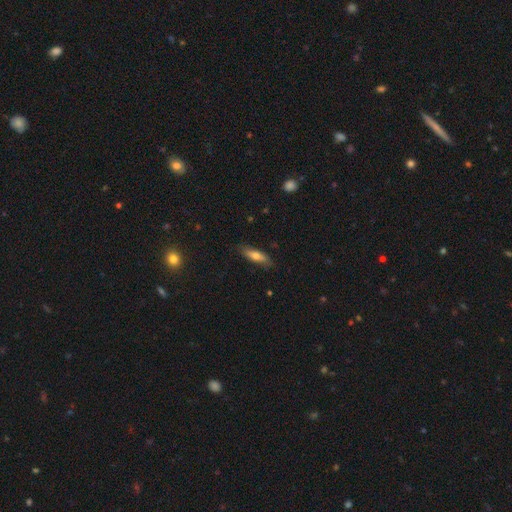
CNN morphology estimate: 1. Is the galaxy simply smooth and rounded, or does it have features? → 62% smooth, 31% featured or disk, 7% star or artifact.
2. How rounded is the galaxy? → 58% cigar-shaped, 40% in between, 2% round.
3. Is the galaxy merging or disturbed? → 81% none, 15% minor disturbance, 3% major disturbance, 1% merger.